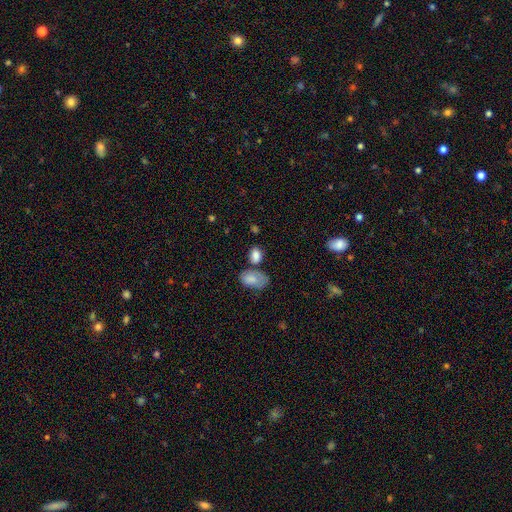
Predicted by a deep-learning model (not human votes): This is clearly a smooth galaxy (83%). How rounded: clearly in between (82%). Merging: possibly none (57%).